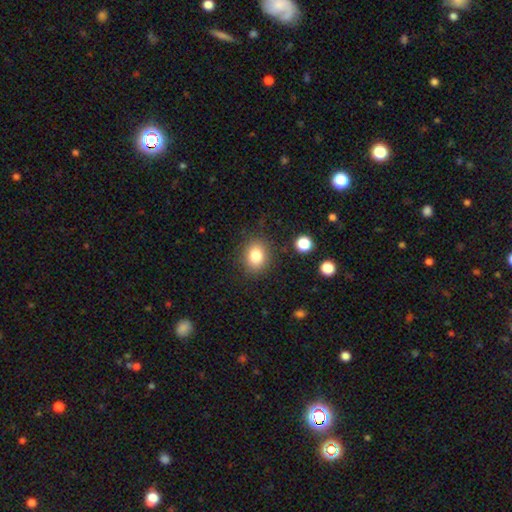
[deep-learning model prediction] A smooth galaxy with no disk features (82%) that is round (53%). Merging: none (85%).